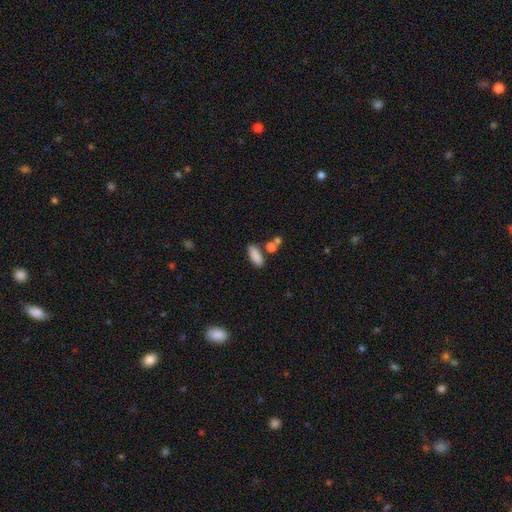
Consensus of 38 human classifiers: Q: Smooth or featured?
A: smooth (89%); runner-up: star or artifact (8%)
Q: How rounded?
A: in between (94%); runner-up: cigar-shaped (6%)
Q: Merging?
A: none (71%); runner-up: minor disturbance (20%)